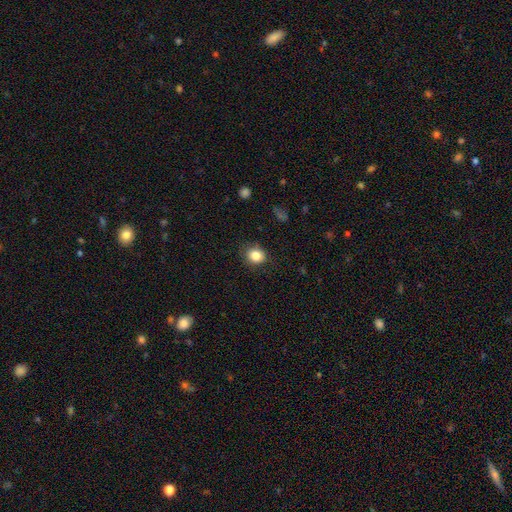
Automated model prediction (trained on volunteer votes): Smooth or featured: smooth — 84% (star or artifact — 10%)
How rounded: round — 69% (in between — 30%)
Merging: none — 81% (minor disturbance — 15%)